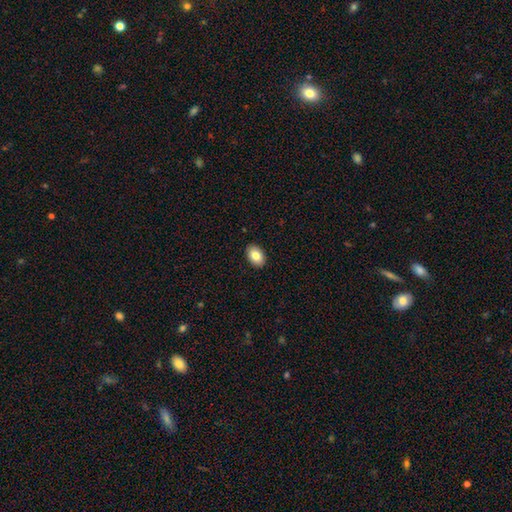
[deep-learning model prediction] smooth_or_featured: smooth (p=0.83) [alt: featured or disk p=0.10]
how_rounded: in between (p=0.88) [alt: round p=0.11]
merging: none (p=0.91) [alt: minor disturbance p=0.07]